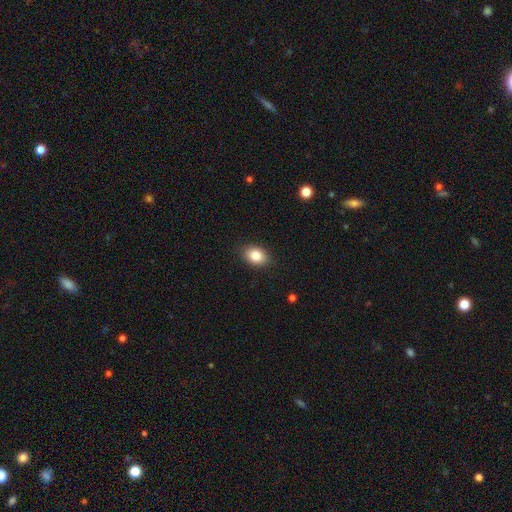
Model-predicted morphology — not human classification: Smooth or featured: smooth — 85% (star or artifact — 9%)
How rounded: in between — 75% (round — 24%)
Merging: none — 88% (minor disturbance — 9%)